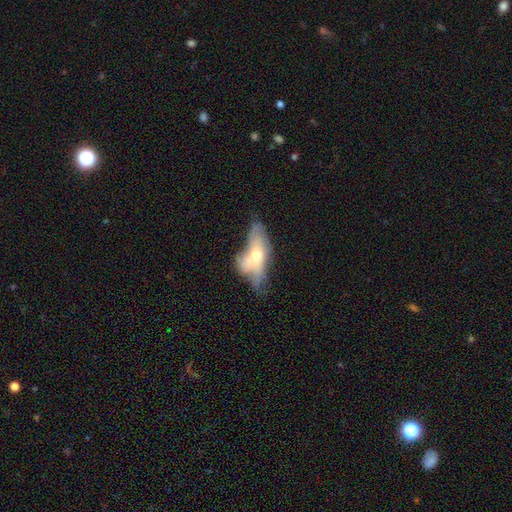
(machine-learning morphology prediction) type=featured or disk (52%); edge-on=no (80%); merging=merger (36%).